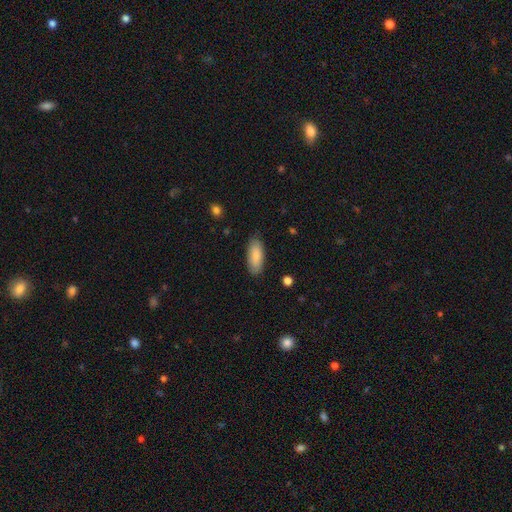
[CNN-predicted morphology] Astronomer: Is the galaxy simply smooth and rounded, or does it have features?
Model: smooth — 85%.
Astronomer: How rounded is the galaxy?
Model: in between — 84%.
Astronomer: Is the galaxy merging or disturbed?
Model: none — 83%.